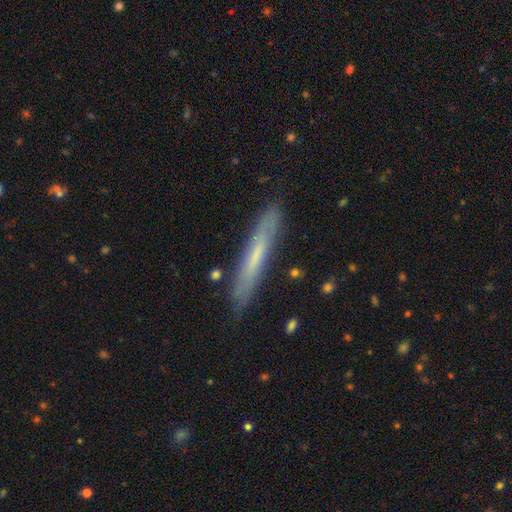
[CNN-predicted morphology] Q: Smooth or featured?
A: smooth (54%); runner-up: featured or disk (40%)
Q: How rounded?
A: cigar-shaped (94%); runner-up: in between (5%)
Q: Merging?
A: none (84%); runner-up: minor disturbance (12%)